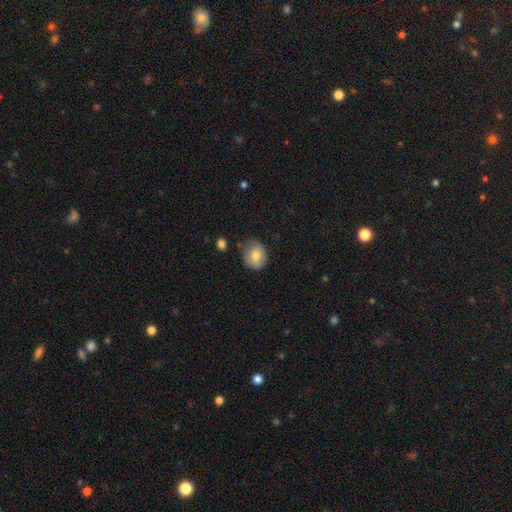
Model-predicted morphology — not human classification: smooth 74%, featured or disk 18%, star or artifact 8%. Down the decision tree: how rounded — round (69%); merging — none (60%).